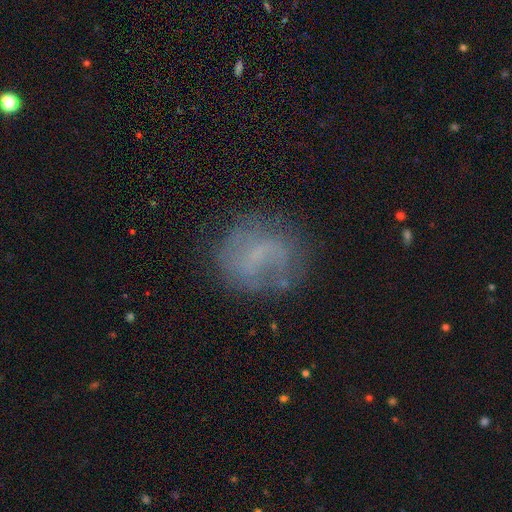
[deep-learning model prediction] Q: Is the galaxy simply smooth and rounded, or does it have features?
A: featured or disk — 49%.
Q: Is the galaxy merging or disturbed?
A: none — 71%.